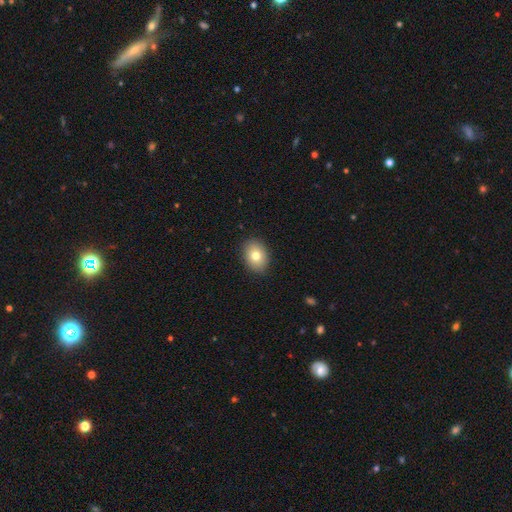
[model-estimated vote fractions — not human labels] This appears to be a smooth galaxy with no disk features (78%) that is in between round and cigar-shaped (67%). Merging: none (89%).